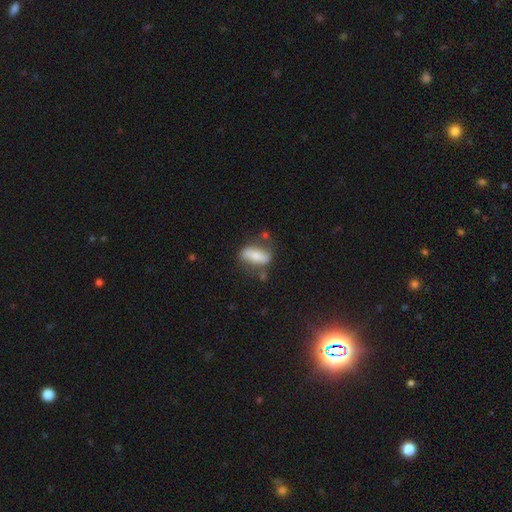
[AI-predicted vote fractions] smooth-or-featured: smooth: 61% | featured or disk: 32% | star or artifact: 7%
  how-rounded: in between: 75% | cigar-shaped: 21% | round: 5%
  merging: none: 60% | minor disturbance: 22% | major disturbance: 9% | merger: 9%